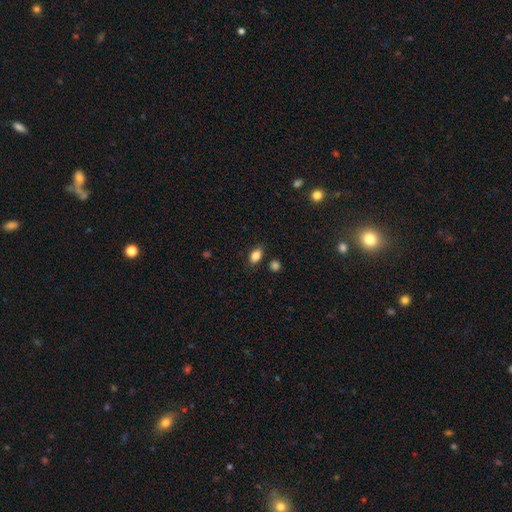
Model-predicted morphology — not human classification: The model was most divided on "how rounded": in between: 82%, round: 15%, cigar-shaped: 2%. More confident: smooth or featured — smooth (84%); merging — none (81%).